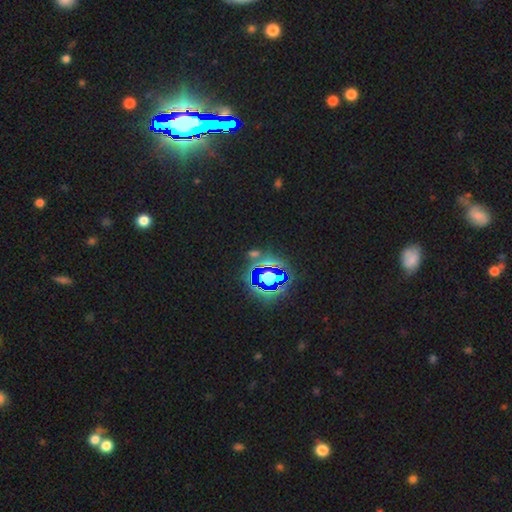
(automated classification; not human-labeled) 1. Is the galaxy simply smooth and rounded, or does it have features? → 76% star or artifact, 15% smooth, 9% featured or disk.